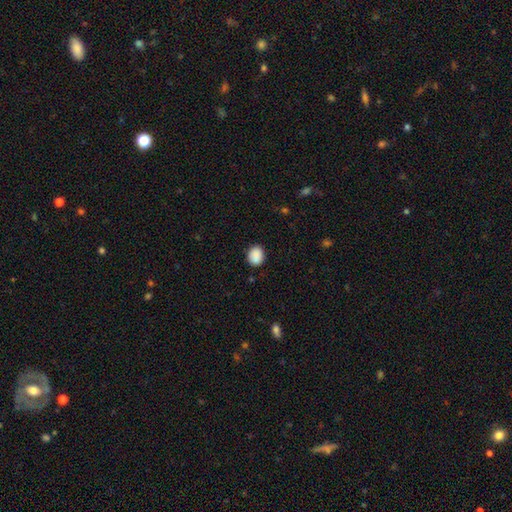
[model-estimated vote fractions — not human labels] A smooth galaxy with no disk features (90%) that is round (50%).

Vote fractions:
- Smooth or featured? smooth: 90% / star or artifact: 8% / featured or disk: 3%
- How rounded? round: 50% / in between: 49% / cigar-shaped: 1%
- Merging? none: 86% / minor disturbance: 10% / major disturbance: 2% / merger: 1%